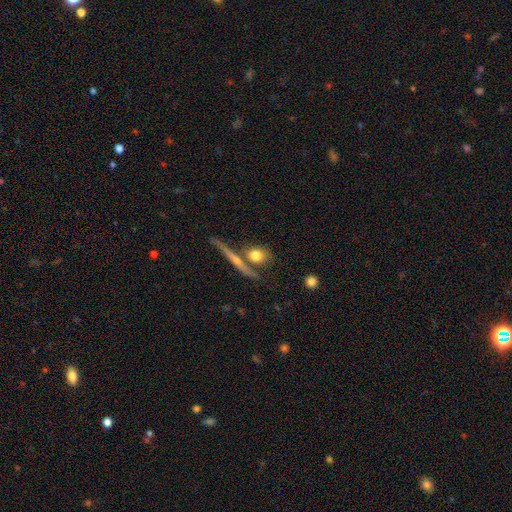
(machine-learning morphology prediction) smooth-or-featured: smooth: 70% | featured or disk: 22% | star or artifact: 8%
  how-rounded: round: 59% | in between: 27% | cigar-shaped: 14%
  merging: none: 61% | merger: 22% | minor disturbance: 12% | major disturbance: 5%